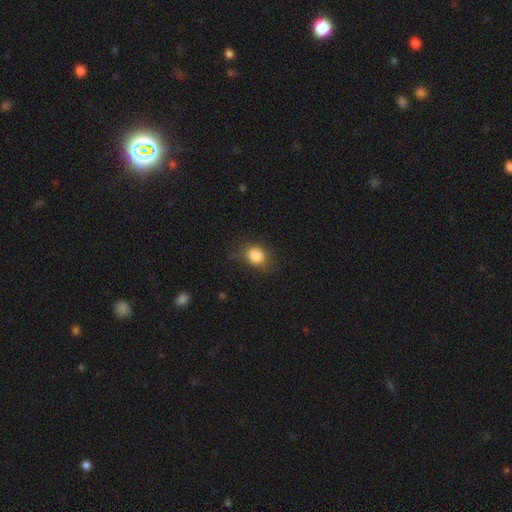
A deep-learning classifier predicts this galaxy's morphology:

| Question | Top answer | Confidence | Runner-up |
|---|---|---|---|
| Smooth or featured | smooth | 84% | star or artifact (10%) |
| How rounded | round | 55% | in between (43%) |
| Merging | none | 71% | minor disturbance (21%) |